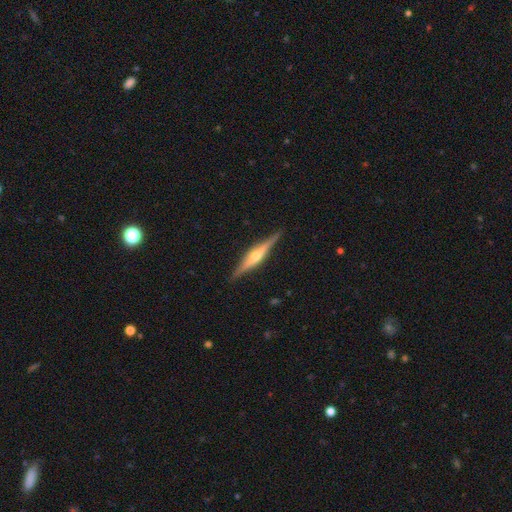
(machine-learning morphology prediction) This appears to be a featured or disk galaxy (78%) viewed edge-on (98%) with a rounded central bulge (83%). Merging: none (90%).